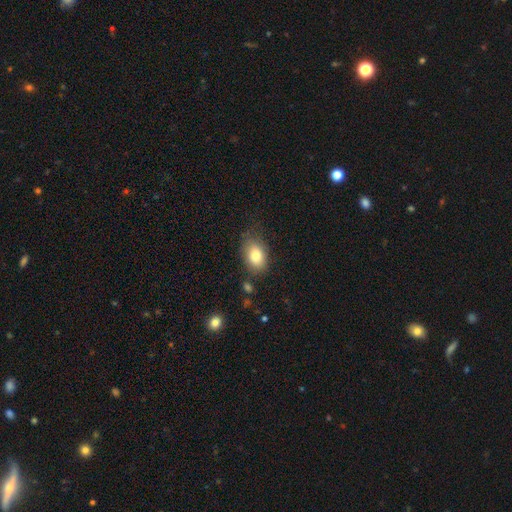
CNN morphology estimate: This is clearly a smooth galaxy (82%). How rounded: clearly in between (83%). Merging: likely none (72%).